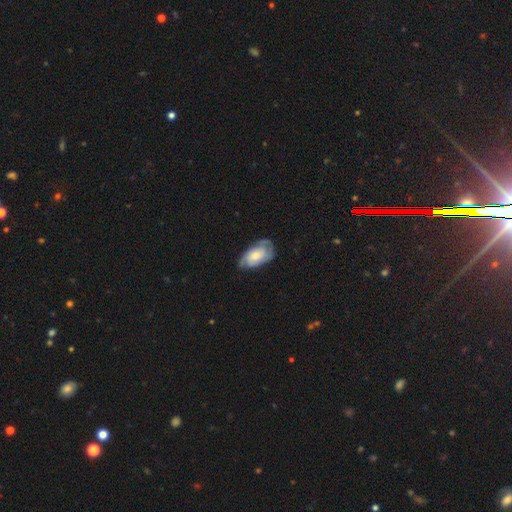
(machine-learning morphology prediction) Smooth or featured?
  - featured or disk: 65% *
  - smooth: 29%
  - star or artifact: 6%
Edge-on disk?
  - no: 95% *
  - yes: 5%
Bar?
  - no: 73% *
  - weak: 23%
  - strong: 4%
Spiral arms?
  - yes: 89% *
  - no: 11%
Spiral winding?
  - tight: 54% *
  - medium: 35%
  - loose: 11%
Spiral arm count?
  - can't tell: 34% *
  - 2: 33%
  - 3: 19%
  - 4: 6%
  - 1: 5%
  - more than 4: 3%
Bulge size?
  - moderate: 50% *
  - small: 25%
  - large: 17%
  - none: 6%
  - dominant: 2%
Merging?
  - none: 66% *
  - minor disturbance: 25%
  - major disturbance: 8%
  - merger: 1%